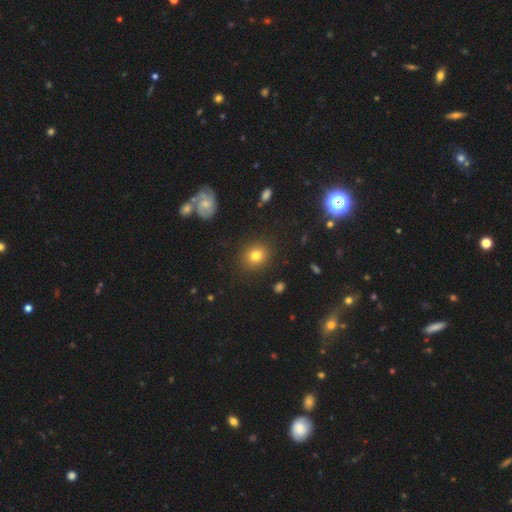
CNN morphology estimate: Smooth or featured? Predicted: smooth (p=0.78). How rounded? Predicted: round (p=0.76). Merging? Predicted: none (p=0.88).